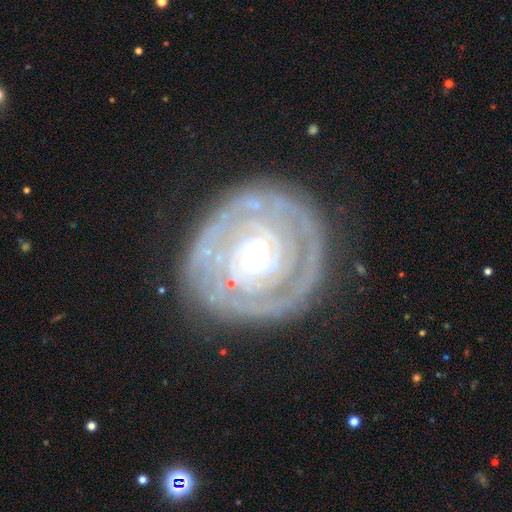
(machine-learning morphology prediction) smooth-or-featured: featured or disk: 82% | smooth: 12% | star or artifact: 6%
  disk-edge-on: no: 96% | yes: 4%
    bar: no: 76% | weak: 17% | strong: 7%
    has-spiral-arms: yes: 87% | no: 13%
      spiral-winding: tight: 82% | medium: 13% | loose: 4%
      spiral-arm-count: can't tell: 41% | 2: 23% | 3: 14% | 4: 8% | 1: 8% | more than 4: 6%
    bulge-size: small: 57% | moderate: 37% | large: 4% | dominant: 1% | none: 1%
  merging: none: 78% | minor disturbance: 14% | major disturbance: 6% | merger: 2%